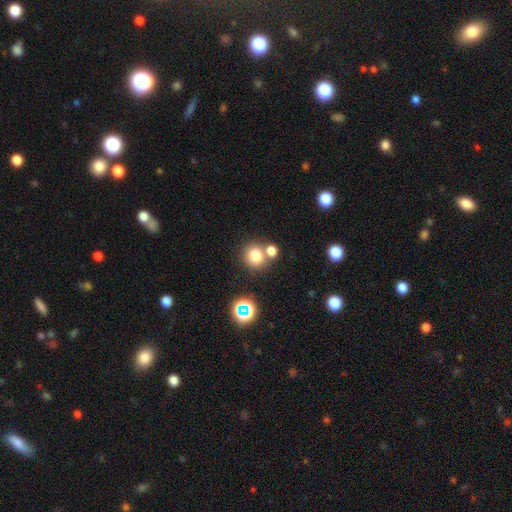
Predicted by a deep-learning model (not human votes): Smooth or featured? smooth (77%)
How rounded? round (87%)
Merging? none (62%)